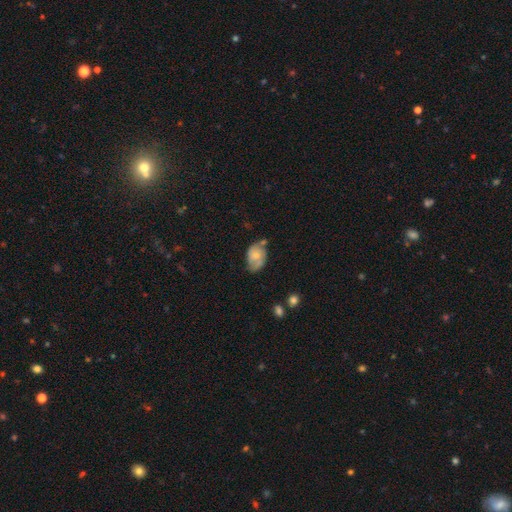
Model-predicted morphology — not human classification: smooth 49%, featured or disk 44%, star or artifact 7%. Down the decision tree: merging — none (46%).